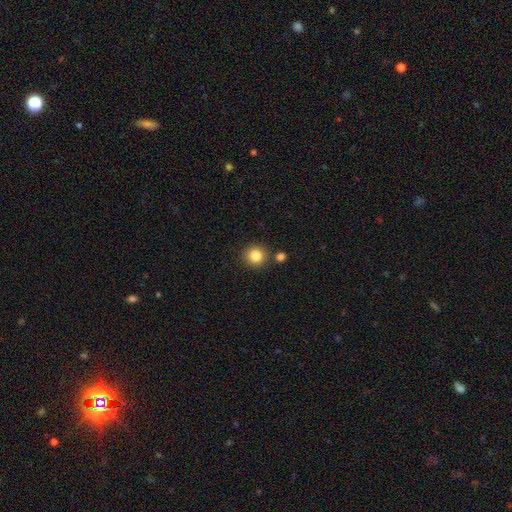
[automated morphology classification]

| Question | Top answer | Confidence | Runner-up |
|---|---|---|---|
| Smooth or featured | smooth | 84% | star or artifact (11%) |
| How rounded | round | 92% | in between (7%) |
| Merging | none | 84% | minor disturbance (7%) |